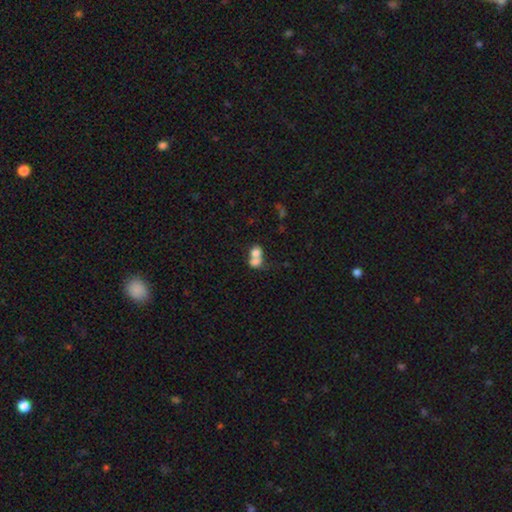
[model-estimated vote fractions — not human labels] Morphology: type=smooth (73%); roundness=round (53%); merging=merger (70%).